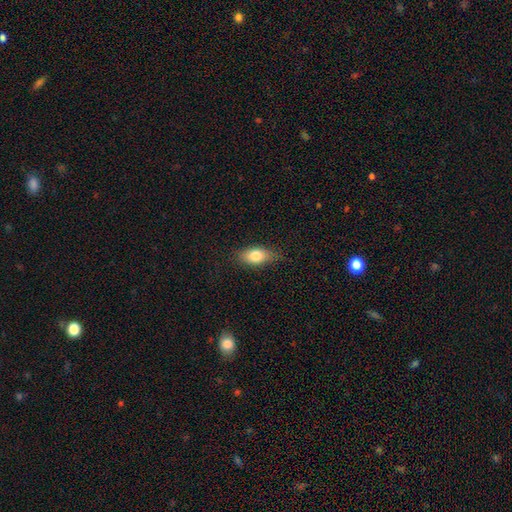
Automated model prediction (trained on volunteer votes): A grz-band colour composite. It shows a smooth galaxy with no disk features (79%) that is in between round and cigar-shaped (85%). Merging: none (79%).